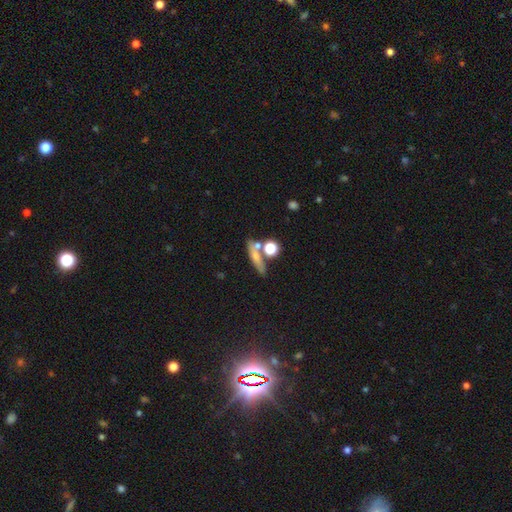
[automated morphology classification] A smooth galaxy with no disk features (61%) that is cigar-shaped (55%).

Vote fractions:
- Smooth or featured? smooth: 61% / featured or disk: 26% / star or artifact: 13%
- How rounded? cigar-shaped: 55% / in between: 22% / round: 22%
- Merging? none: 62% / merger: 20% / minor disturbance: 12% / major disturbance: 5%